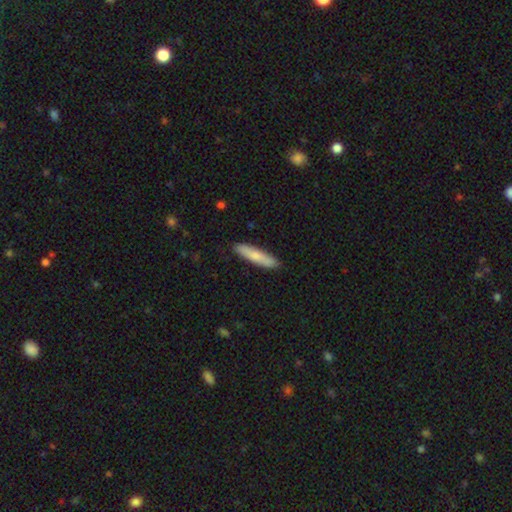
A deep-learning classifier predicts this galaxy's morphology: smooth 72%, featured or disk 23%, star or artifact 5%. Down the decision tree: how rounded — cigar-shaped (84%); merging — none (89%).